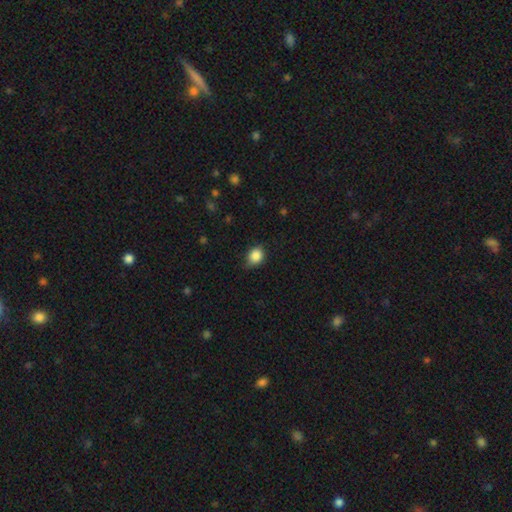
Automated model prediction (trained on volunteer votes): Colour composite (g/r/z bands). It shows a smooth galaxy with no disk features (86%) that is round (61%). Merging: none (66%).